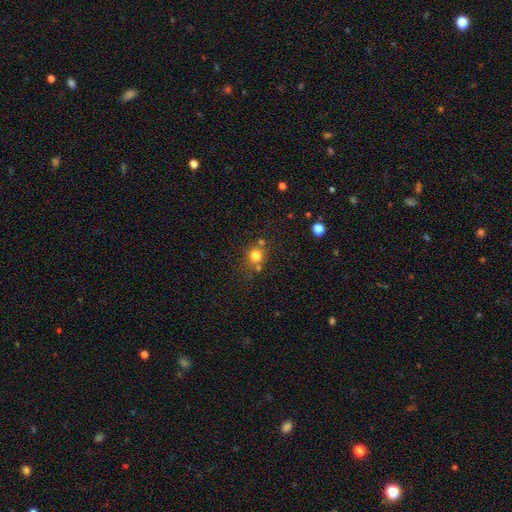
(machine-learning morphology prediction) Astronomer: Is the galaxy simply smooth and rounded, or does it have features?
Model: smooth — 77%.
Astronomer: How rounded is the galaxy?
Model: round — 84%.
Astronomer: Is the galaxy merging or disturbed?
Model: none — 69%.